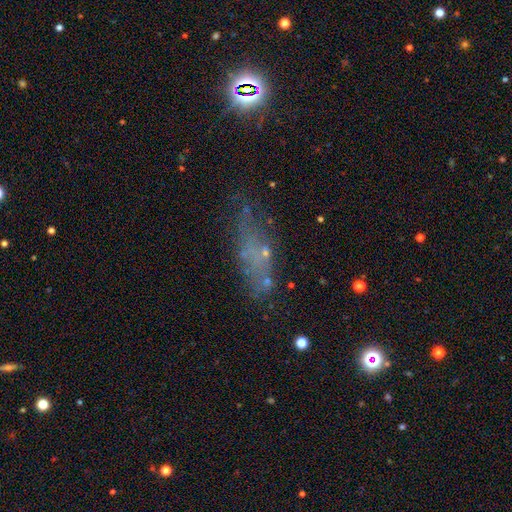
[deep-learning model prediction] The model was most divided on "smooth or featured": smooth: 39%, featured or disk: 35%, star or artifact: 27%. More confident: merging — none (55%).